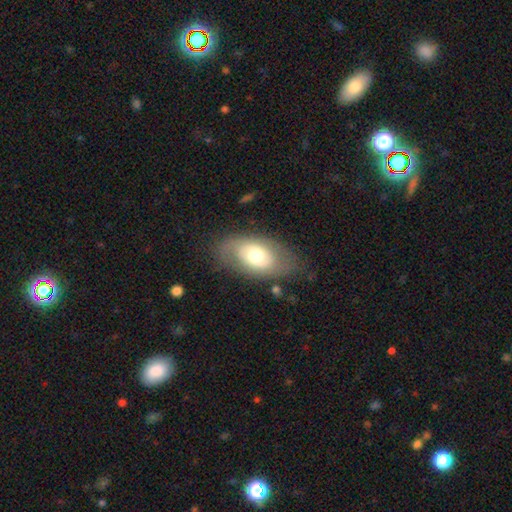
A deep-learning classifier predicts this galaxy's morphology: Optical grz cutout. It shows a smooth galaxy with no disk features (49%). Merging: none (72%).